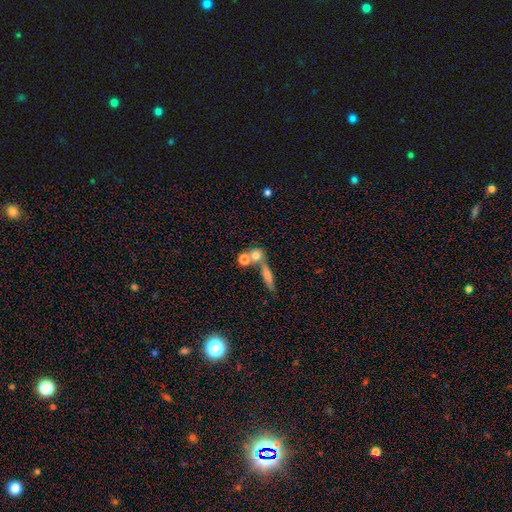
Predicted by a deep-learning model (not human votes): The model was most divided on "merging": merger: 46%, none: 41%, minor disturbance: 8%, major disturbance: 5%. More confident: smooth or featured — smooth (70%); how rounded — round (70%).